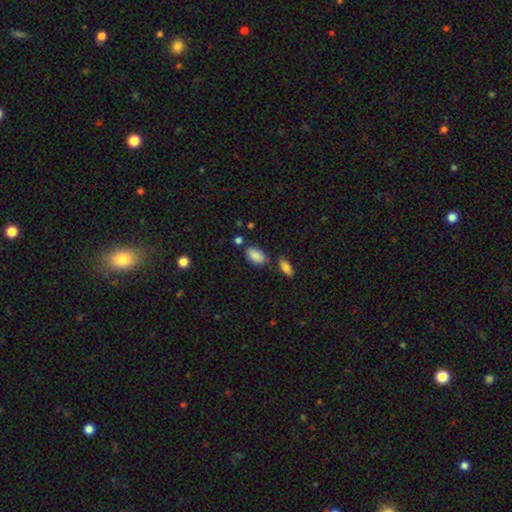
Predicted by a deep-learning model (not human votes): smooth_or_featured: smooth (p=0.87) [alt: star or artifact p=0.08]
how_rounded: in between (p=0.92) [alt: round p=0.05]
merging: none (p=0.69) [alt: minor disturbance p=0.17]